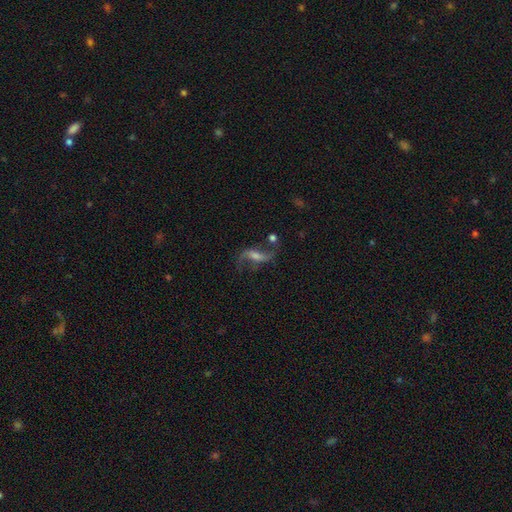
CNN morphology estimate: A featured or disk galaxy (81%) with a weak bar (42%), 2 (90%) loose (86%) spiral arms (94%) and a moderate central bulge (38%). Merging: none (64%).